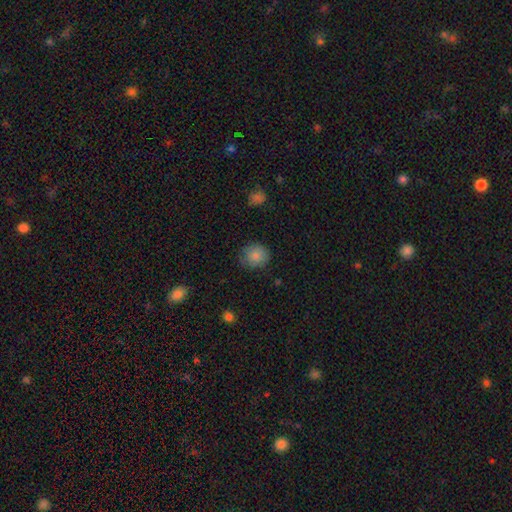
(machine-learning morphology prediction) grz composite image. It shows a smooth galaxy with no disk features (83%) that is round (84%). Merging: none (74%).